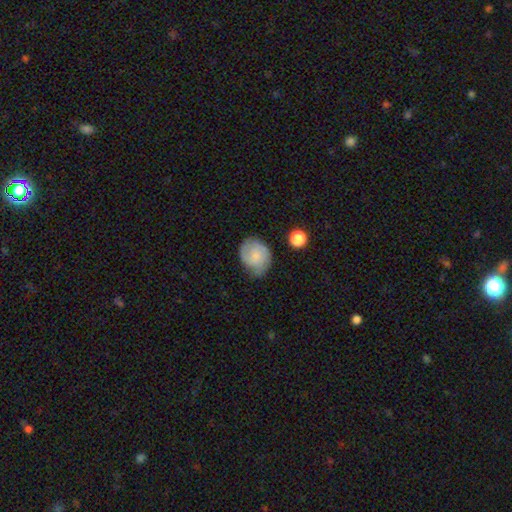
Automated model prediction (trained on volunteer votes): Q: Smooth or featured?
A: smooth (58%); runner-up: featured or disk (34%)
Q: How rounded?
A: round (54%); runner-up: in between (45%)
Q: Merging?
A: none (59%); runner-up: minor disturbance (30%)